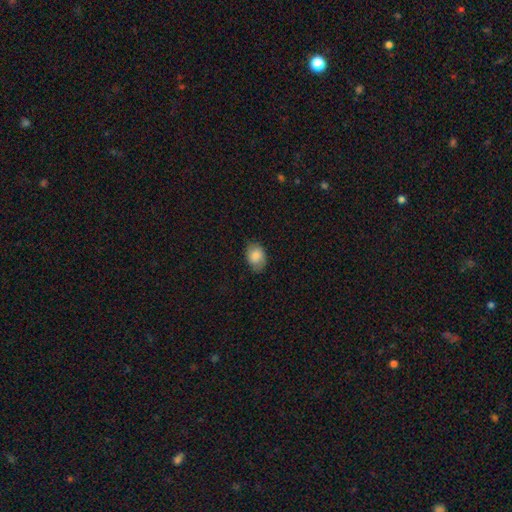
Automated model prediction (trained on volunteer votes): Overall: smooth (84%). How rounded: in between (76%). Merging: none (77%).